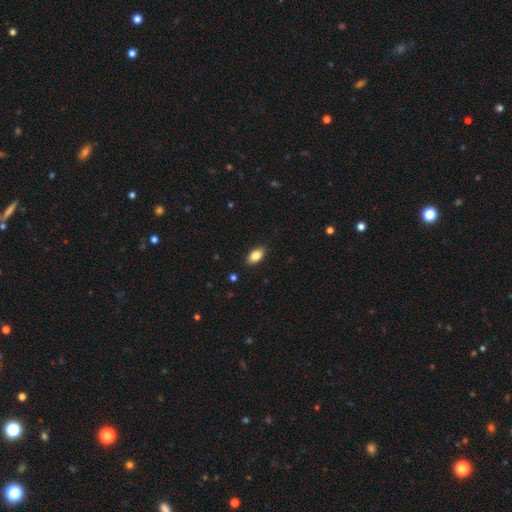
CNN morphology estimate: Smooth or featured?
  - smooth: 86% *
  - star or artifact: 7%
  - featured or disk: 6%
How rounded?
  - in between: 92% *
  - round: 6%
  - cigar-shaped: 3%
Merging?
  - none: 89% *
  - minor disturbance: 8%
  - major disturbance: 2%
  - merger: 1%